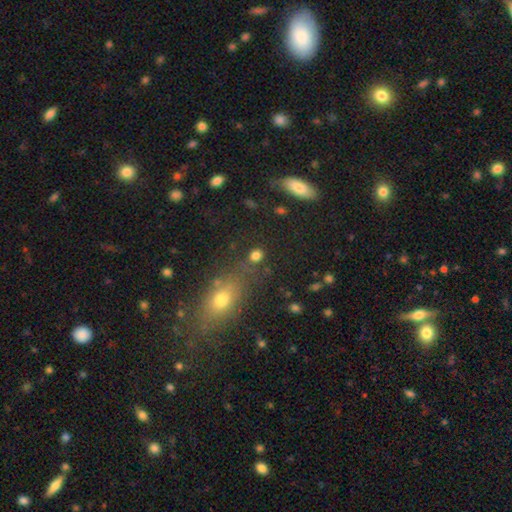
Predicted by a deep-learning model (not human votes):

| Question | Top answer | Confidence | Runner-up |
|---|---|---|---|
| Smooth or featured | smooth | 79% | star or artifact (15%) |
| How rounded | round | 71% | in between (27%) |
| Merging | none | 77% | minor disturbance (10%) |